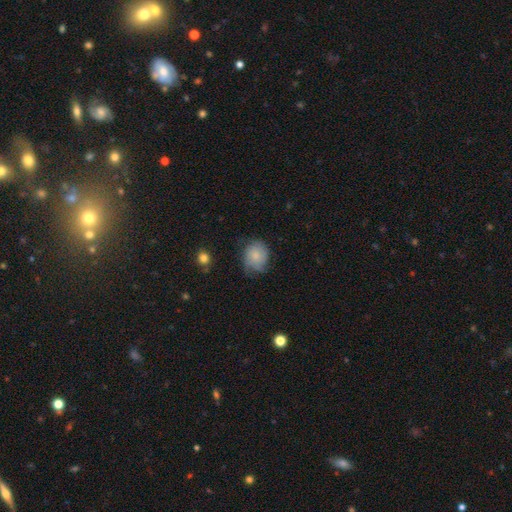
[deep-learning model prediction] This appears to be a smooth galaxy with no disk features (73%) that is round (63%). Merging: none (53%).